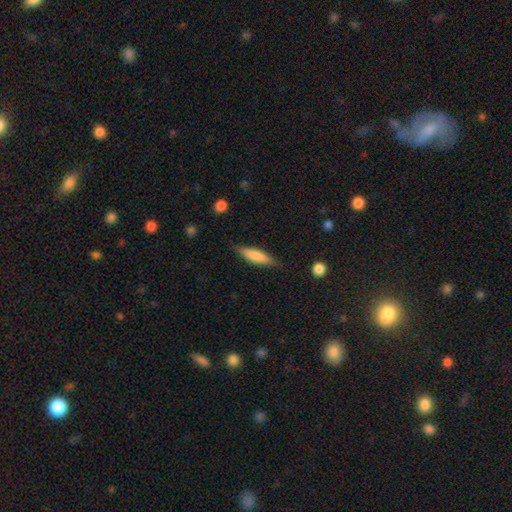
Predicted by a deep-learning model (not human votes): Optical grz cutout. It shows a smooth galaxy with no disk features (74%) that is cigar-shaped (62%). Merging: none (78%).